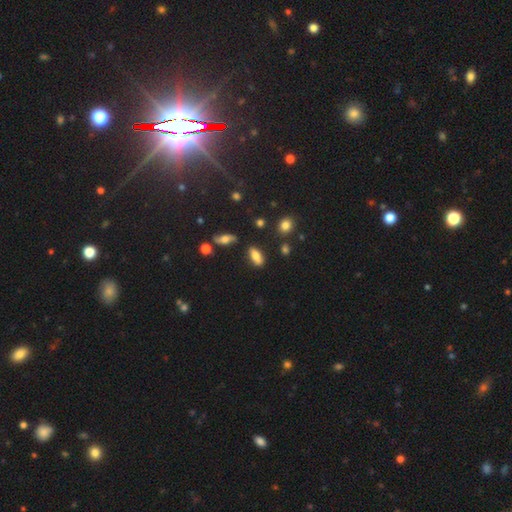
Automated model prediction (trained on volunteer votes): Smooth or featured?
  - smooth: 74% *
  - featured or disk: 17%
  - star or artifact: 9%
How rounded?
  - in between: 79% *
  - cigar-shaped: 17%
  - round: 4%
Merging?
  - none: 79% *
  - minor disturbance: 13%
  - merger: 4%
  - major disturbance: 3%